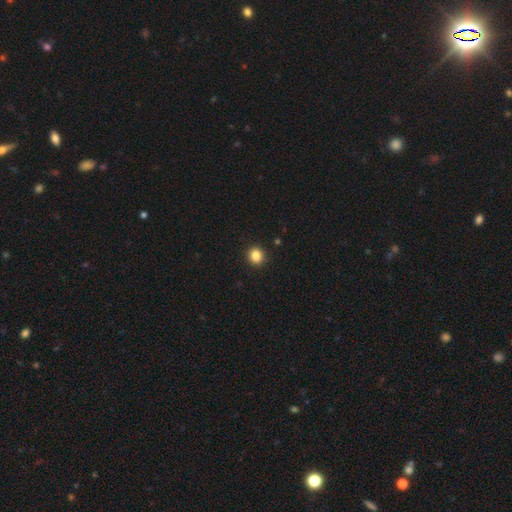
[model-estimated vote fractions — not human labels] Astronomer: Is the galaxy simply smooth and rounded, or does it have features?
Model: smooth — 86%.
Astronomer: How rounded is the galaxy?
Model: round — 89%.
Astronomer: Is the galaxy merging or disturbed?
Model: none — 93%.